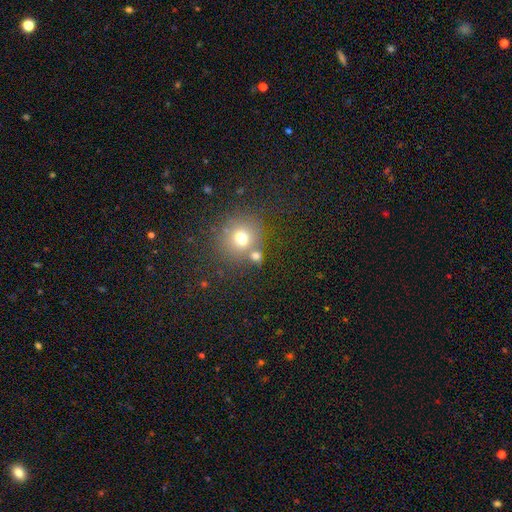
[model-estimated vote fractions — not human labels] A smooth galaxy with no disk features (70%) that is round (80%). Merging: none (59%).